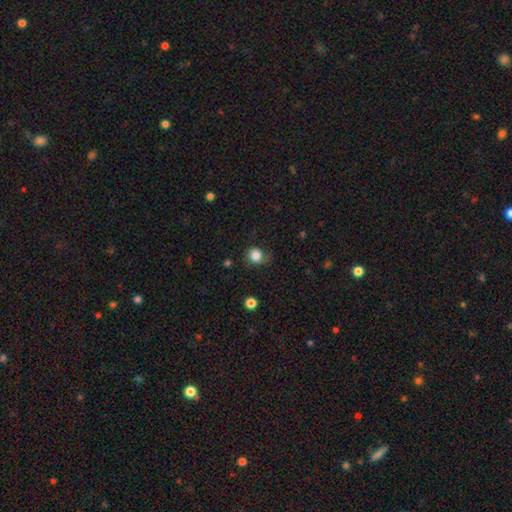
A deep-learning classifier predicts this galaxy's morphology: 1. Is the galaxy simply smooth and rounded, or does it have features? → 82% smooth, 10% star or artifact, 7% featured or disk.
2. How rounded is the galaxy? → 77% round, 22% in between, 1% cigar-shaped.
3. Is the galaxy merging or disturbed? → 65% none, 25% minor disturbance, 9% major disturbance, 2% merger.